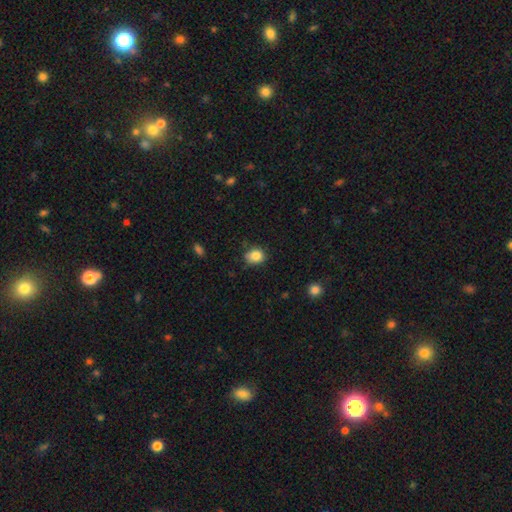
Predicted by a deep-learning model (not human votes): Smooth or featured? Predicted: smooth (p=0.84). How rounded? Predicted: round (p=0.57). Merging? Predicted: none (p=0.71).